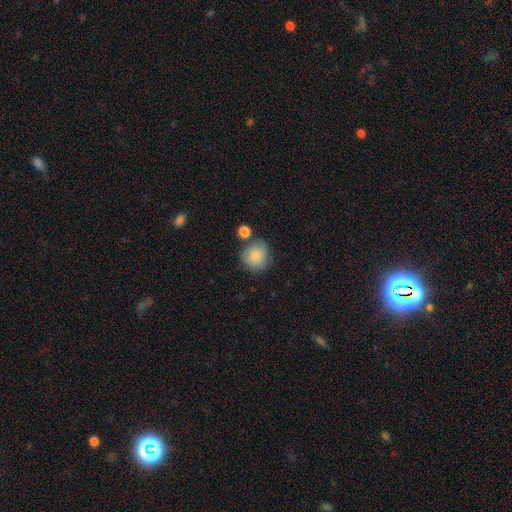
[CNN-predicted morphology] Smooth or featured? smooth (86%)
How rounded? round (88%)
Merging? none (70%)